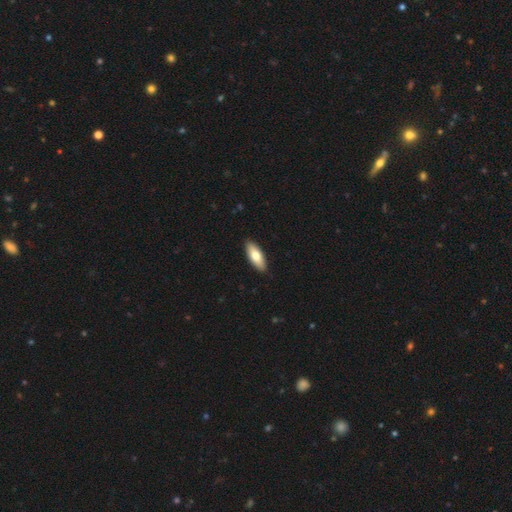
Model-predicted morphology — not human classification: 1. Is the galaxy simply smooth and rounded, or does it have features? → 76% smooth, 19% featured or disk, 5% star or artifact.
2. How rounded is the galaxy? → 70% in between, 28% cigar-shaped, 2% round.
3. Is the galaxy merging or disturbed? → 91% none, 7% minor disturbance, 1% major disturbance, 1% merger.